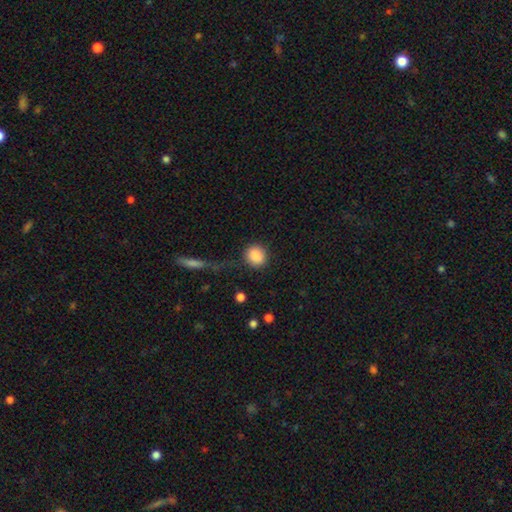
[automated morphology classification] smooth-or-featured: smooth: 88% | star or artifact: 8% | featured or disk: 4%
  how-rounded: round: 77% | in between: 22% | cigar-shaped: 1%
  merging: none: 82% | minor disturbance: 11% | major disturbance: 5% | merger: 3%